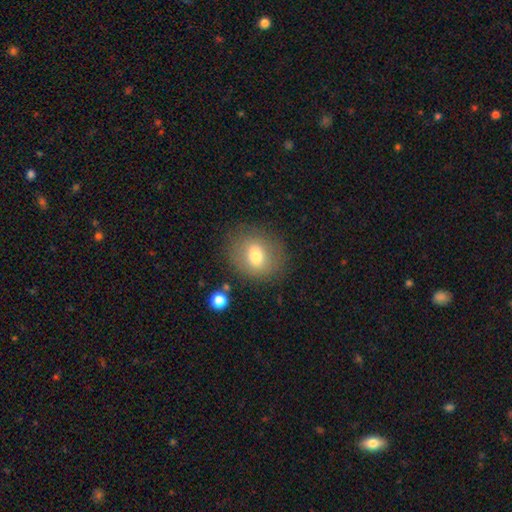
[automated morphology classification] Smooth or featured? Predicted: smooth (p=0.73). How rounded? Predicted: round (p=0.62). Merging? Predicted: none (p=0.80).